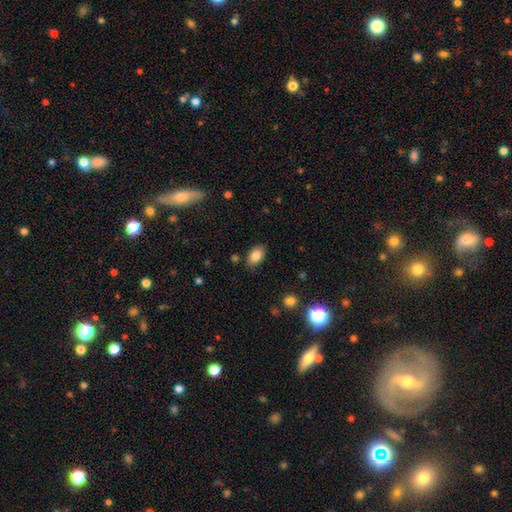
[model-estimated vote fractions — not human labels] Smooth or featured? smooth (85%)
How rounded? in between (90%)
Merging? none (84%)